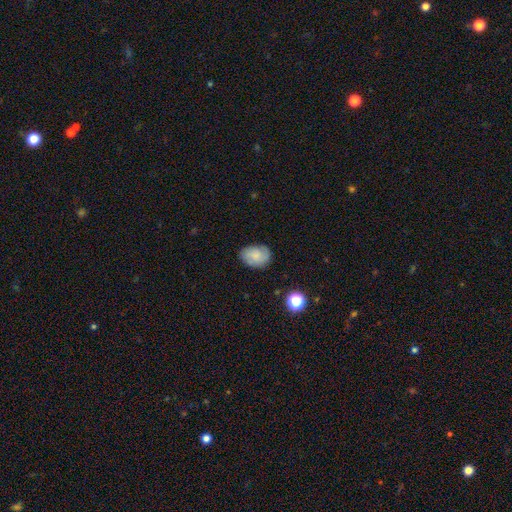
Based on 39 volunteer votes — This appears to be a smooth galaxy with no disk features (62%) that is in between round and cigar-shaped (67%). Merging: none (59%).